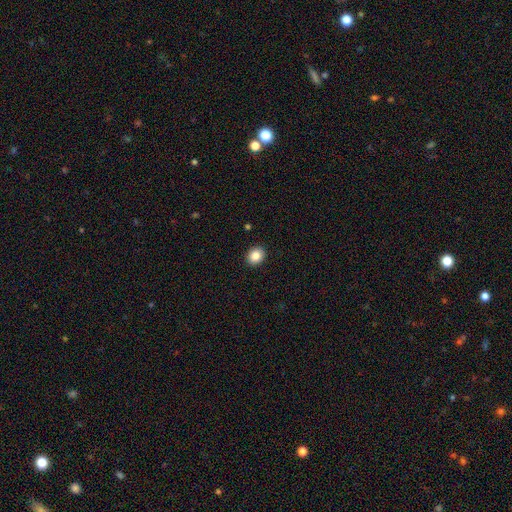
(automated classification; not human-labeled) smooth_or_featured: smooth (p=0.85) [alt: star or artifact p=0.09]
how_rounded: round (p=0.60) [alt: in between p=0.39]
merging: none (p=0.92) [alt: minor disturbance p=0.05]